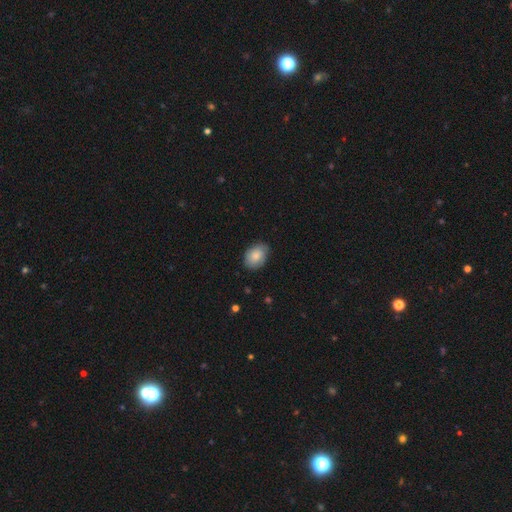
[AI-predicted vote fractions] Smooth or featured? Predicted: smooth (p=0.80). How rounded? Predicted: in between (p=0.77). Merging? Predicted: none (p=0.79).